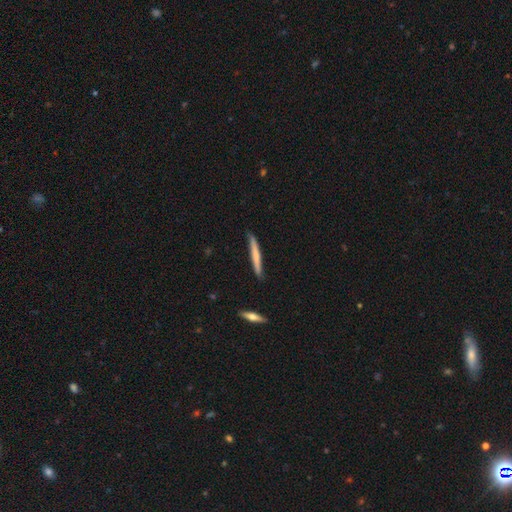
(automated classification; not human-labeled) A smooth galaxy with no disk features (62%) that is cigar-shaped (96%).

Vote fractions:
- Smooth or featured? smooth: 62% / featured or disk: 33% / star or artifact: 5%
- How rounded? cigar-shaped: 96% / in between: 2% / round: 1%
- Merging? none: 86% / minor disturbance: 11% / major disturbance: 2% / merger: 1%